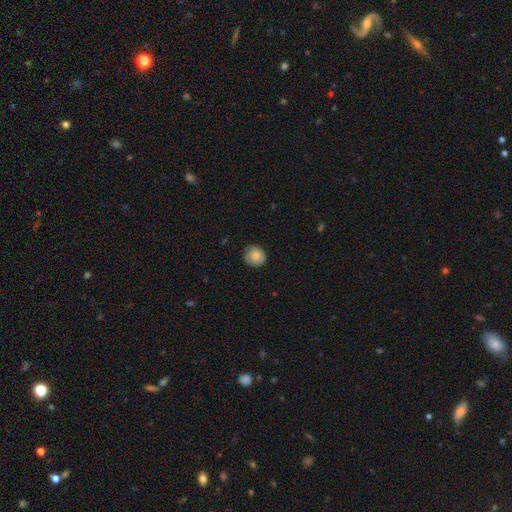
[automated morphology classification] This appears to be a smooth galaxy with no disk features (82%) that is round (86%). Merging: none (81%).